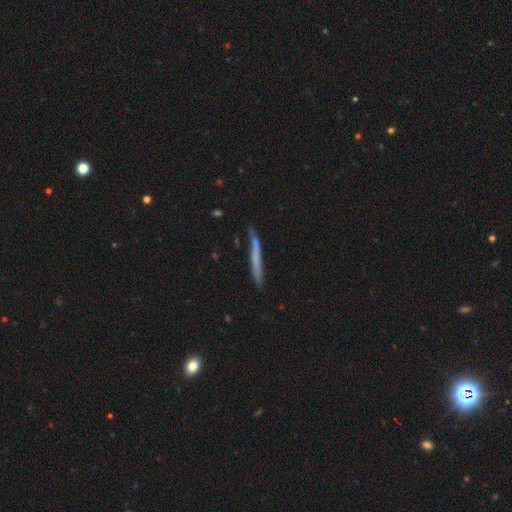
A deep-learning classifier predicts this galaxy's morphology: smooth 55%, featured or disk 38%, star or artifact 7%. Down the decision tree: how rounded — cigar-shaped (96%); merging — none (77%).